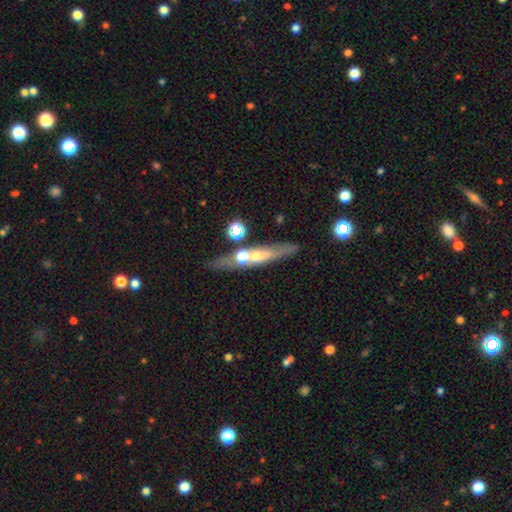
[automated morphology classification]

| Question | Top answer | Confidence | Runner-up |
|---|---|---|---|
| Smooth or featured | featured or disk | 54% | smooth (35%) |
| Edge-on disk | yes | 74% | no (26%) |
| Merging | none | 66% | merger (17%) |